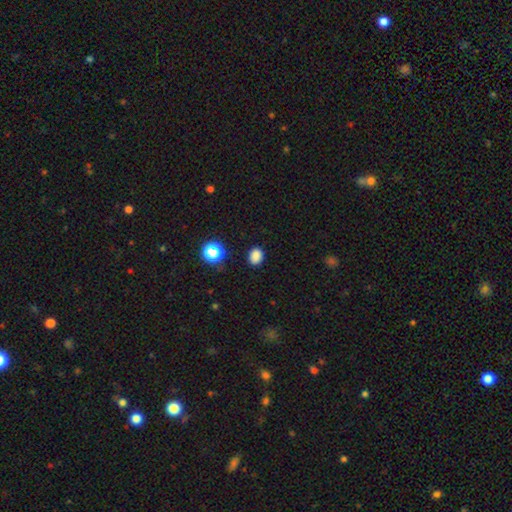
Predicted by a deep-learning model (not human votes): The model was most divided on "how rounded": round: 50%, in between: 49%, cigar-shaped: 1%. More confident: merging — none (86%); smooth or featured — smooth (83%).